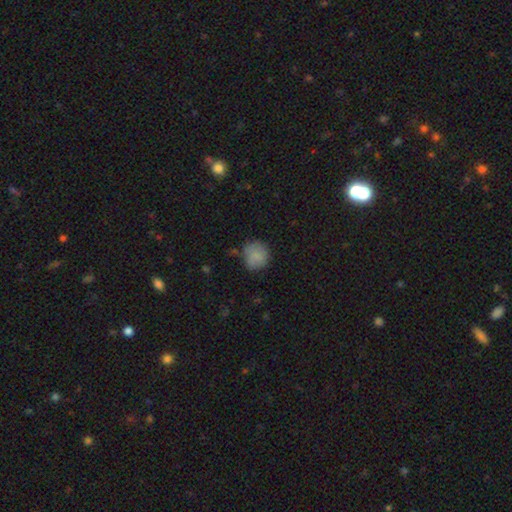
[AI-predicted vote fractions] Smooth or featured: smooth — 82% (featured or disk — 9%)
How rounded: round — 84% (in between — 15%)
Merging: none — 61% (minor disturbance — 26%)